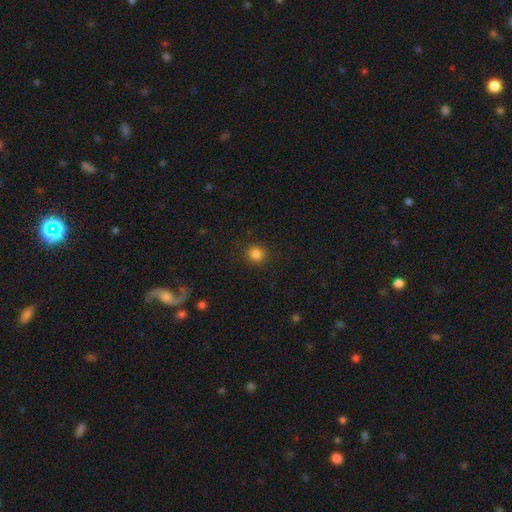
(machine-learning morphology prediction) smooth 84%, star or artifact 12%, featured or disk 4%. Down the decision tree: how rounded — round (91%); merging — none (91%).